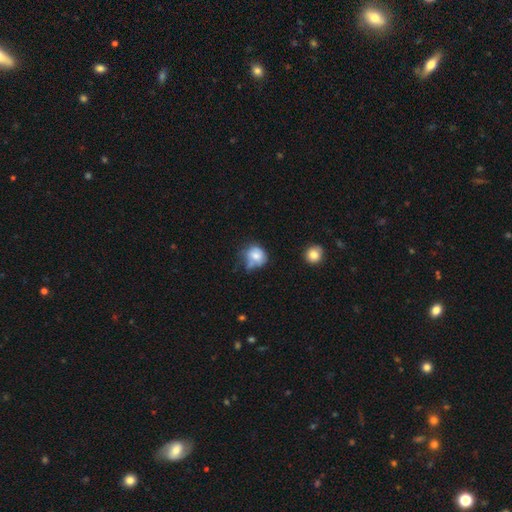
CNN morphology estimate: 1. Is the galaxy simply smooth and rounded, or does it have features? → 72% smooth, 17% featured or disk, 10% star or artifact.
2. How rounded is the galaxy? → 69% round, 30% in between, 1% cigar-shaped.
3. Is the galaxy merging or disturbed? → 40% none, 30% minor disturbance, 15% major disturbance, 15% merger.